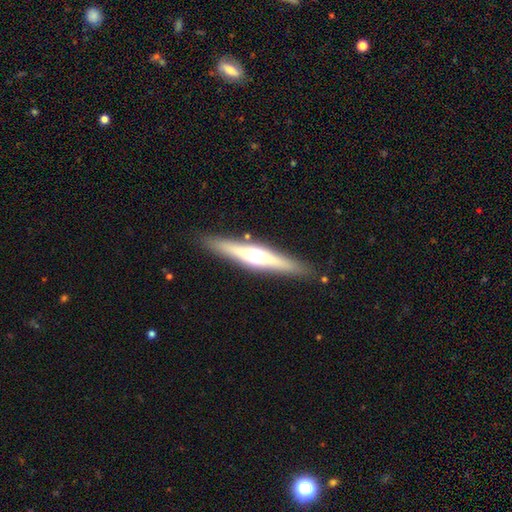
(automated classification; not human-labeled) smooth_or_featured: featured or disk (p=0.62) [alt: smooth p=0.32]
disk_edge_on: yes (p=0.94) [alt: no p=0.06]
edge_on_bulge: rounded (p=0.91) [alt: boxy p=0.04]
merging: none (p=0.88) [alt: minor disturbance p=0.08]